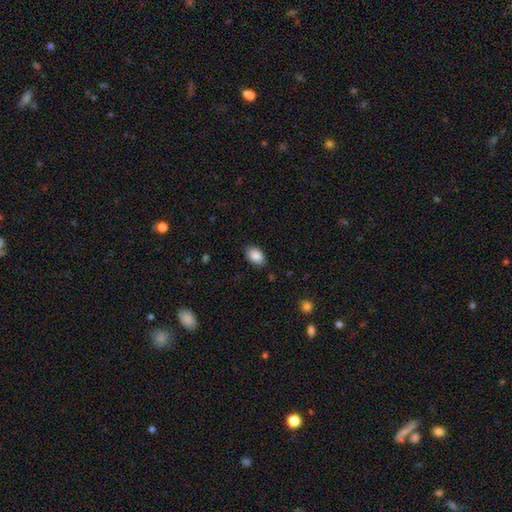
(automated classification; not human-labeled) Smooth or featured: smooth — 89% (star or artifact — 7%)
How rounded: in between — 88% (round — 11%)
Merging: none — 83% (minor disturbance — 13%)